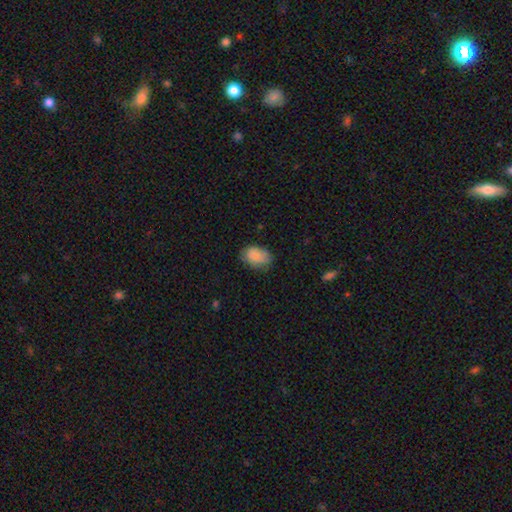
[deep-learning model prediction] Smooth or featured? Predicted: smooth (p=0.85). How rounded? Predicted: in between (p=0.83). Merging? Predicted: none (p=0.70).